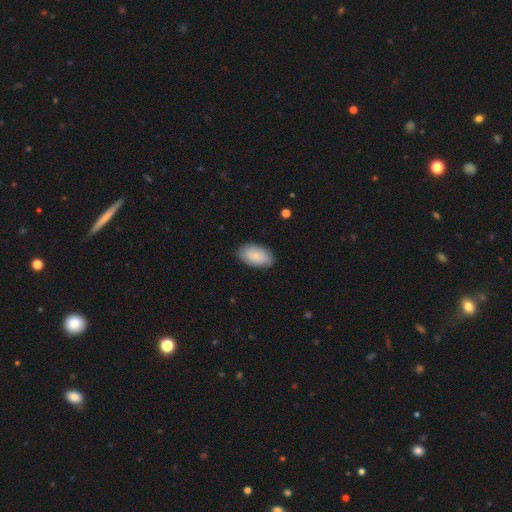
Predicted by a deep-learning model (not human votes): The model was most divided on "smooth or featured": smooth: 80%, featured or disk: 14%, star or artifact: 6%. More confident: how rounded — in between (94%); merging — none (83%).